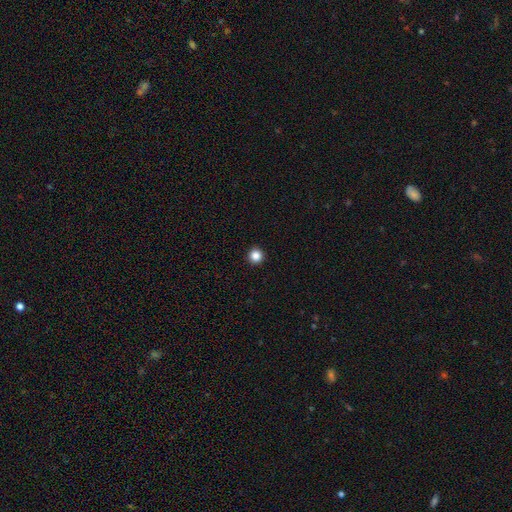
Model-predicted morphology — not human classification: This appears to be a smooth galaxy with no disk features (86%) that is round (96%). Merging: none (94%).